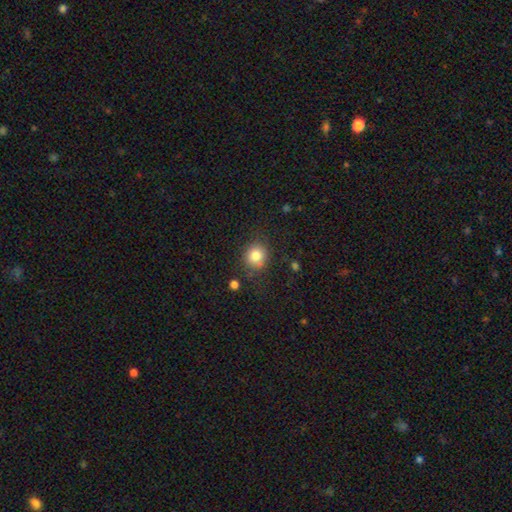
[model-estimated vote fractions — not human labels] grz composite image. It shows a smooth galaxy with no disk features (82%) that is round (82%). Merging: none (79%).